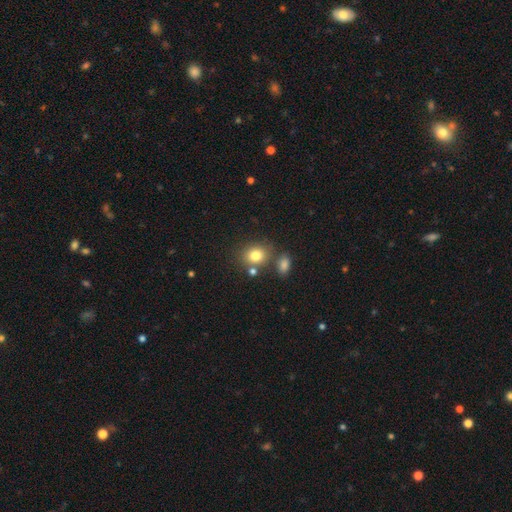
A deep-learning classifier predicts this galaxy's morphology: Overall: smooth (80%). How rounded: round (62%; in between 37%). Merging: none (67%).